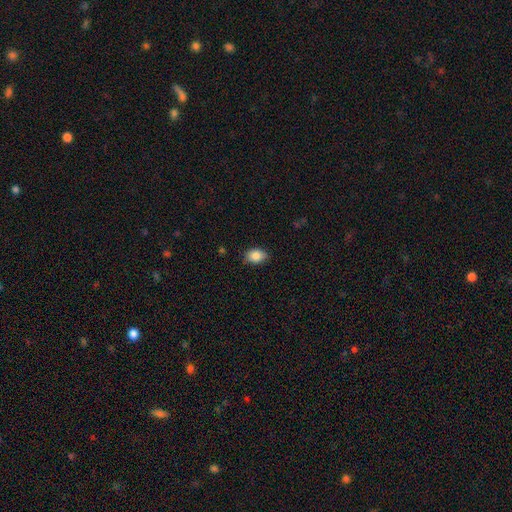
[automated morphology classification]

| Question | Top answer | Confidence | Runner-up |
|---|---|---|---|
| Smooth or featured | smooth | 87% | star or artifact (8%) |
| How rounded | in between | 80% | round (19%) |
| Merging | none | 83% | minor disturbance (14%) |